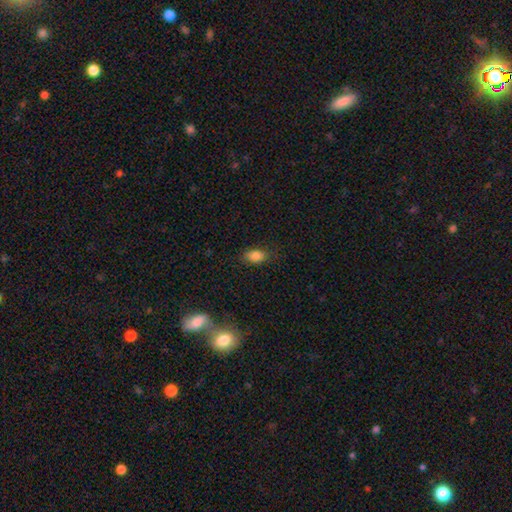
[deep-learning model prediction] smooth_or_featured: smooth (p=0.84) [alt: star or artifact p=0.10]
how_rounded: in between (p=0.87) [alt: round p=0.09]
merging: none (p=0.80) [alt: minor disturbance p=0.15]